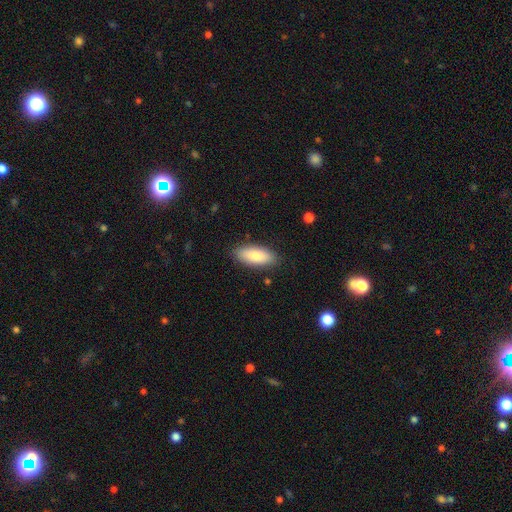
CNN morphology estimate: Q: Smooth or featured?
A: smooth (83%); runner-up: featured or disk (11%)
Q: How rounded?
A: in between (81%); runner-up: cigar-shaped (17%)
Q: Merging?
A: none (86%); runner-up: minor disturbance (10%)